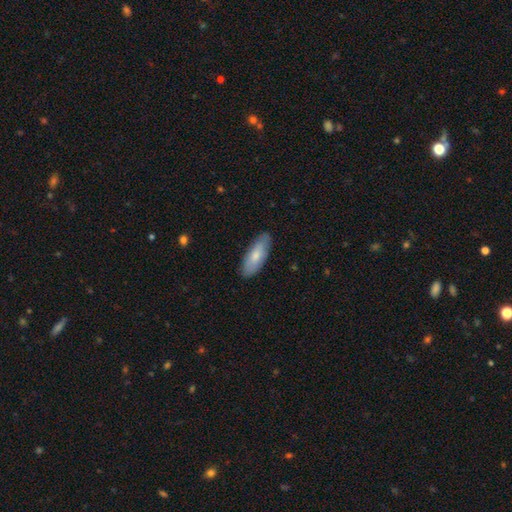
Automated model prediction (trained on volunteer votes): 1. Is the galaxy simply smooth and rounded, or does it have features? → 76% smooth, 19% featured or disk, 5% star or artifact.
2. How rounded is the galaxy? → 72% in between, 26% cigar-shaped, 2% round.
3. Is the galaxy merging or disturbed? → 86% none, 11% minor disturbance, 2% major disturbance, 1% merger.